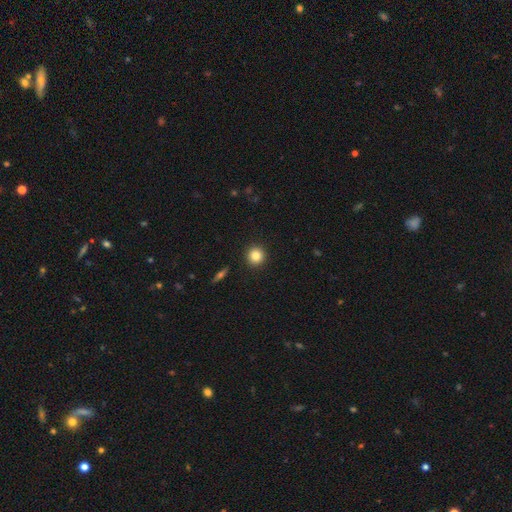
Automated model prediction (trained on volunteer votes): smooth 83%, star or artifact 10%, featured or disk 7%. Down the decision tree: how rounded — round (95%); merging — none (93%).